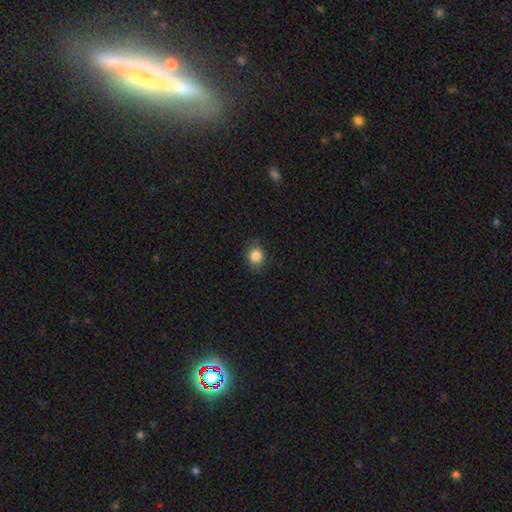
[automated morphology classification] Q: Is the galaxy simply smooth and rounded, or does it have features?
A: smooth — 85%.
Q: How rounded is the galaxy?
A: round — 64%.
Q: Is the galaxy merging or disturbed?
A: none — 82%.